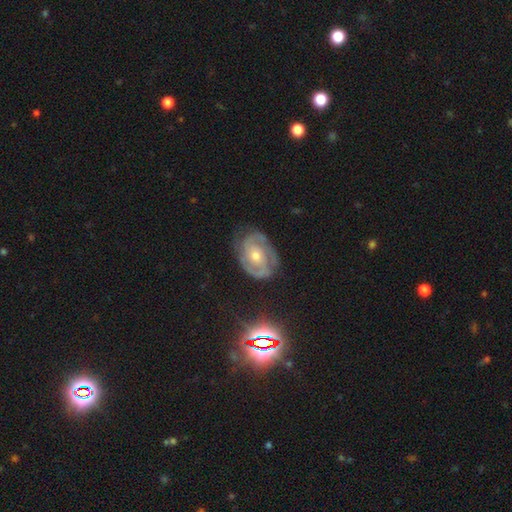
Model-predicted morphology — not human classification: Smooth or featured? Predicted: featured or disk (p=0.84). Edge-on disk? Predicted: no (p=0.97). Bar? Predicted: no (p=0.63). Spiral arms? Predicted: yes (p=0.95). Spiral winding? Predicted: tight (p=0.56). Spiral arm count? Predicted: 2 (p=0.65). Bulge size? Predicted: moderate (p=0.57). Merging? Predicted: none (p=0.73).